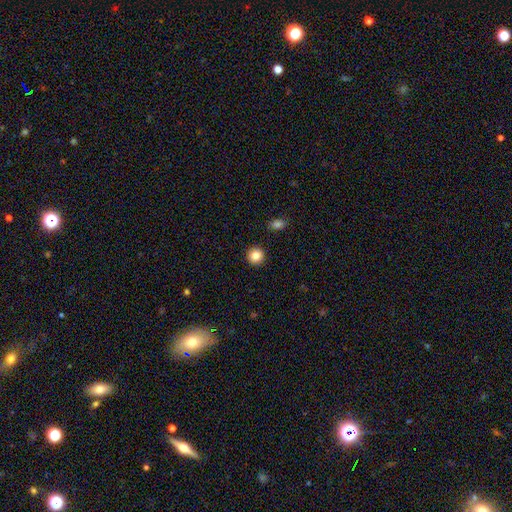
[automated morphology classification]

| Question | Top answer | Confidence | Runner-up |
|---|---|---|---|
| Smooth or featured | smooth | 85% | star or artifact (10%) |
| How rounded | round | 94% | in between (5%) |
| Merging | none | 93% | minor disturbance (5%) |